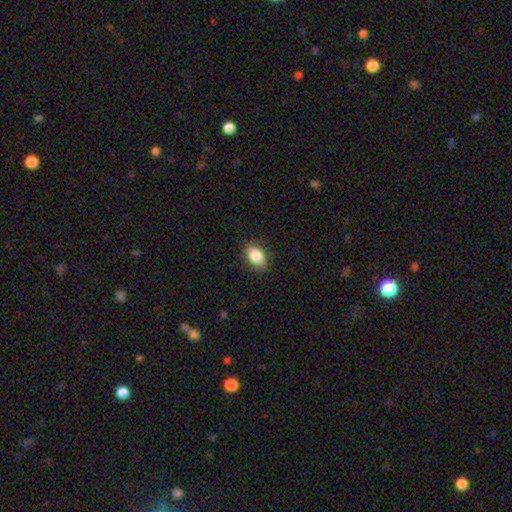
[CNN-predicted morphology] Overall: smooth (86%). How rounded: in between (85%). Merging: none (86%).